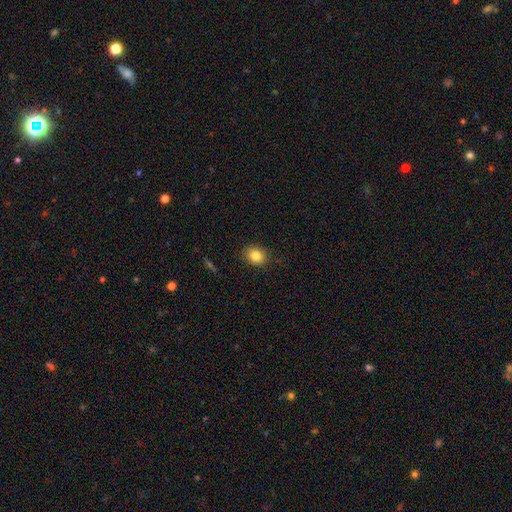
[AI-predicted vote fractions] A smooth galaxy with no disk features (83%) that is round (51%). Merging: none (87%).